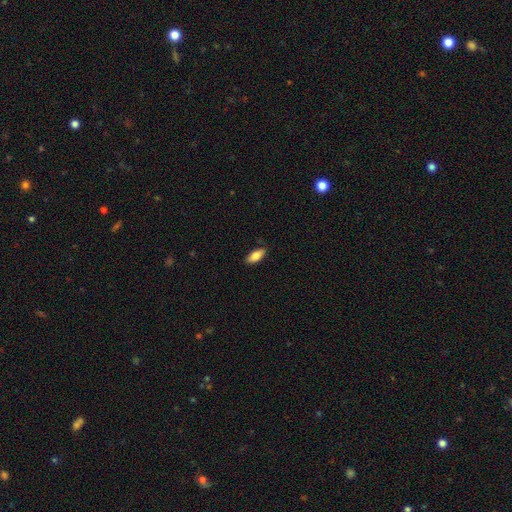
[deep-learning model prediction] Smooth or featured: smooth — 83% (featured or disk — 10%)
How rounded: in between — 84% (cigar-shaped — 14%)
Merging: none — 85% (minor disturbance — 12%)